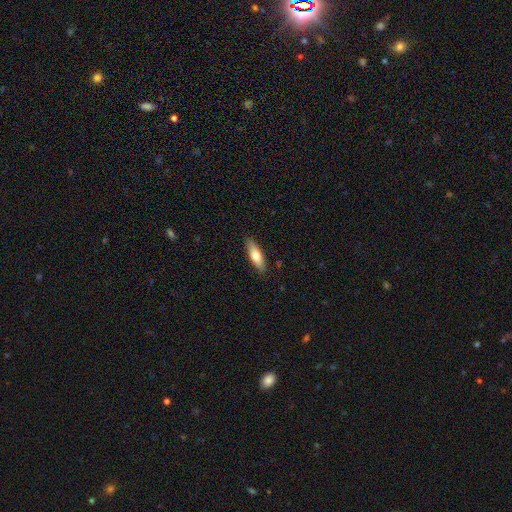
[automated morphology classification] smooth_or_featured: smooth (p=0.68) [alt: featured or disk p=0.26]
how_rounded: cigar-shaped (p=0.50) [alt: in between p=0.48]
merging: none (p=0.88) [alt: minor disturbance p=0.09]